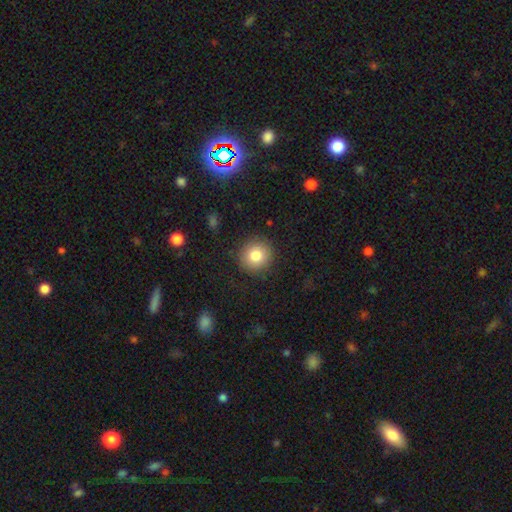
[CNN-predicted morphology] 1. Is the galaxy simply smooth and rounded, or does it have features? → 81% smooth, 10% star or artifact, 9% featured or disk.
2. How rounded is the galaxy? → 91% round, 8% in between, 1% cigar-shaped.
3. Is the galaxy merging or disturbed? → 89% none, 7% minor disturbance, 3% major disturbance, 1% merger.